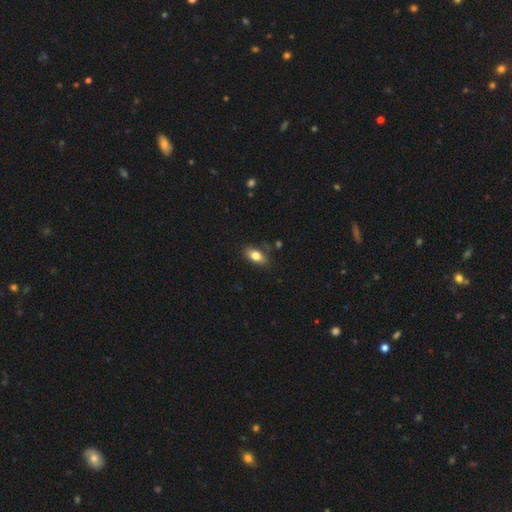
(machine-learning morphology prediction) type=smooth (79%); roundness=in between (87%); merging=none (79%).